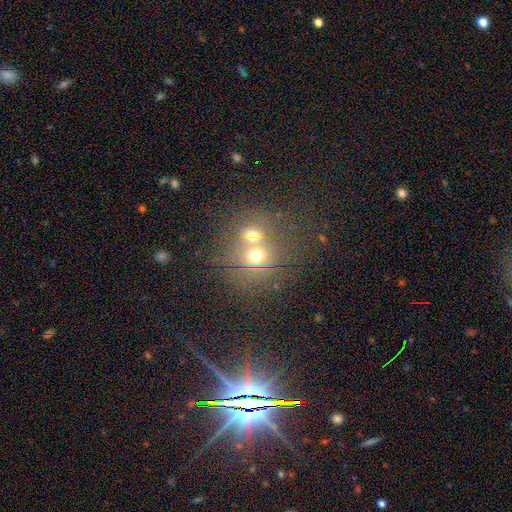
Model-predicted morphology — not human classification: smooth-or-featured: smooth: 54% | star or artifact: 25% | featured or disk: 21%
  how-rounded: round: 76% | in between: 23% | cigar-shaped: 1%
  merging: merger: 53% | none: 35% | minor disturbance: 7% | major disturbance: 5%